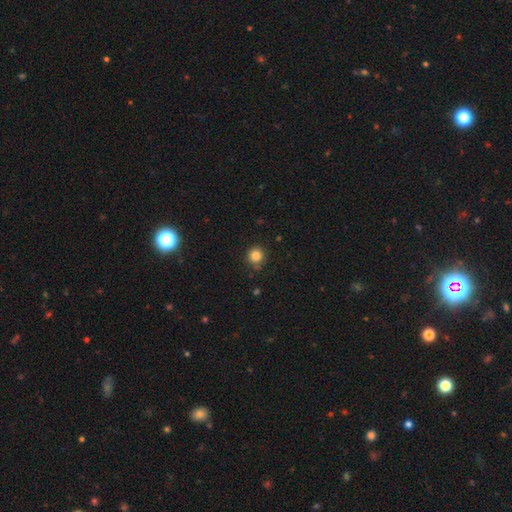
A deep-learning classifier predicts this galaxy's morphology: Smooth or featured: smooth — 84% (star or artifact — 12%)
How rounded: round — 93% (in between — 6%)
Merging: none — 85% (minor disturbance — 11%)